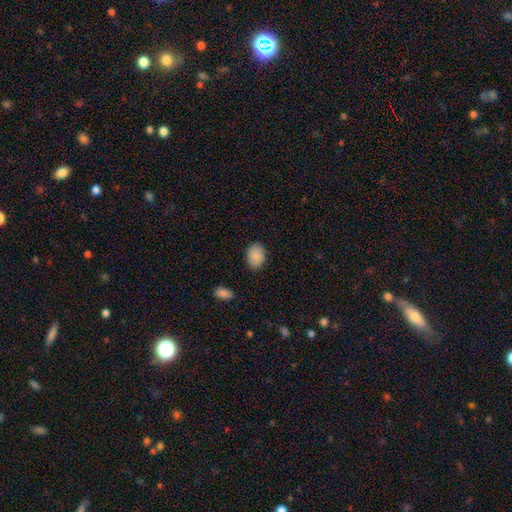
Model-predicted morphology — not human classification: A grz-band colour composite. It shows a smooth galaxy with no disk features (88%) that is in between round and cigar-shaped (76%). Merging: none (85%).